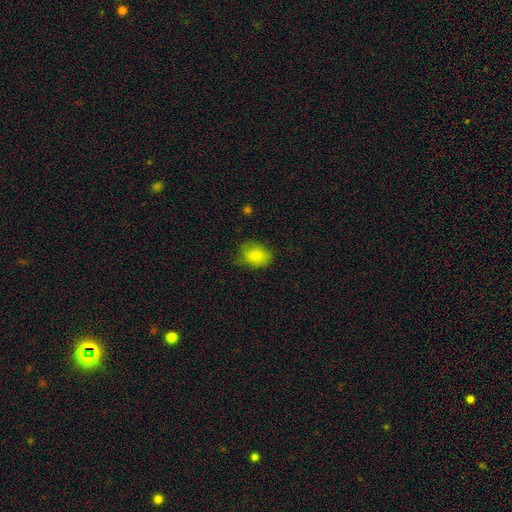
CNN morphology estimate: This is clearly a smooth galaxy (82%). How rounded: likely in between (68%). Merging: likely none (63%).